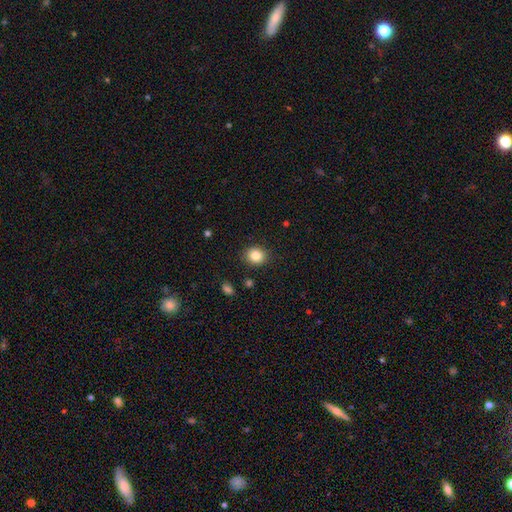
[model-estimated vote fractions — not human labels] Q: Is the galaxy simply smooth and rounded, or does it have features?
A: smooth — 85%.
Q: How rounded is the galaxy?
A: round — 75%.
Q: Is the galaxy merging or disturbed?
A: none — 88%.